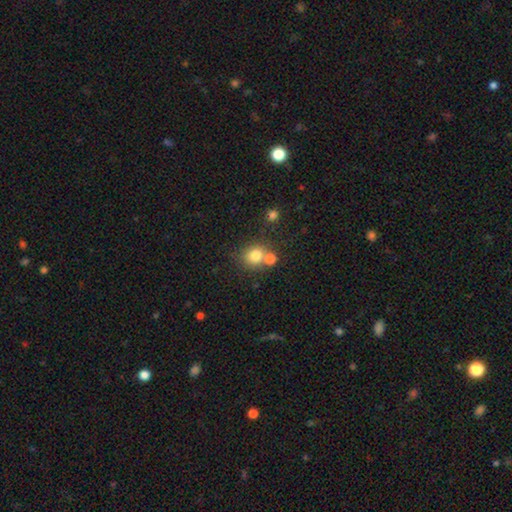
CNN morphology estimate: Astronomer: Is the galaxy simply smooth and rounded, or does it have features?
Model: smooth — 79%.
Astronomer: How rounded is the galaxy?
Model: round — 79%.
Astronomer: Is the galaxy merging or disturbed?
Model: none — 58%.